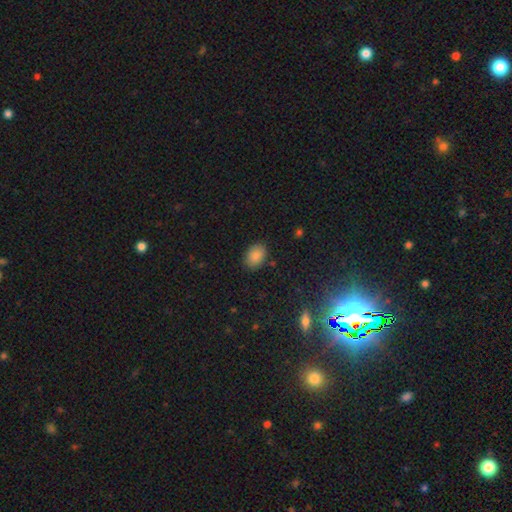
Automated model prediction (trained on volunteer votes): Smooth or featured? smooth (86%)
How rounded? in between (80%)
Merging? none (86%)